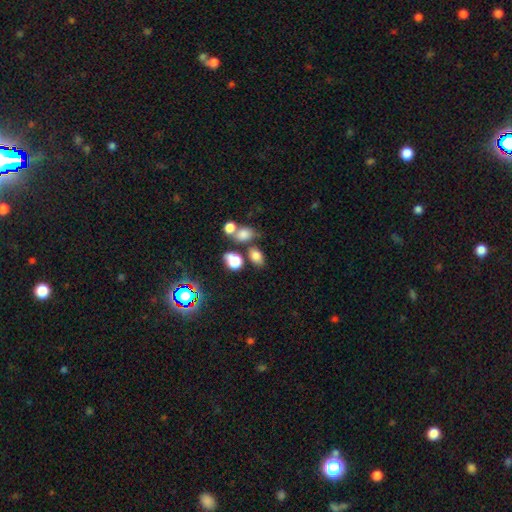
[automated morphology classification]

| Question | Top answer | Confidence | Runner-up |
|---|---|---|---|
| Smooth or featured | smooth | 76% | star or artifact (15%) |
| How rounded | in between | 72% | round (26%) |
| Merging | none | 56% | merger (23%) |